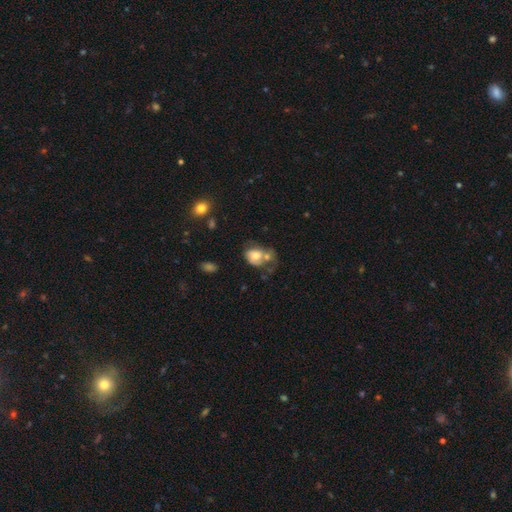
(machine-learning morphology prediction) Smooth or featured? smooth (59%)
How rounded? in between (57%)
Merging? merger (41%)